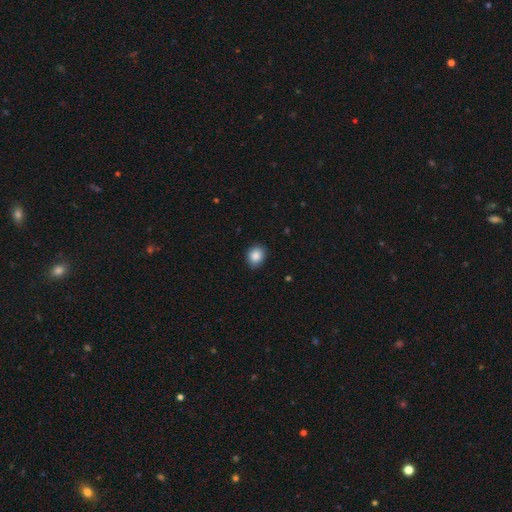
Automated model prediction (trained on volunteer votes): A smooth galaxy with no disk features (87%) that is round (64%). Merging: none (84%).